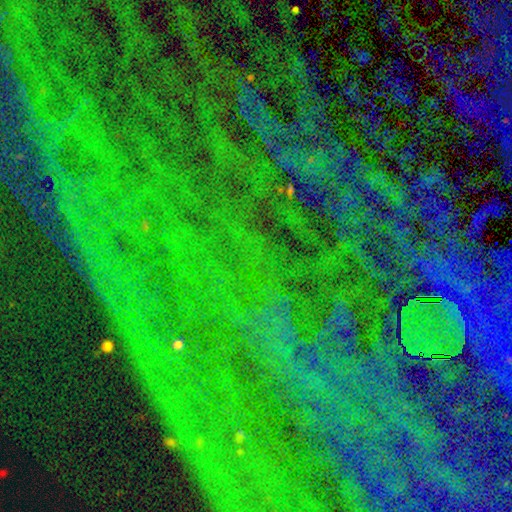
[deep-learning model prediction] The model was most divided on "smooth or featured": star or artifact: 84%, featured or disk: 8%, smooth: 8%.